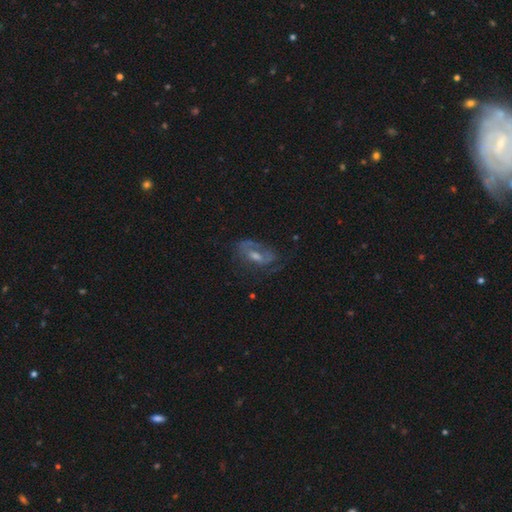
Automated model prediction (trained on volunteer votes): Smooth or featured? featured or disk (66%)
Edge-on disk? no (91%)
Bar? no (49%)
Spiral arms? yes (69%)
Bulge size? moderate (54%)
Merging? none (58%)